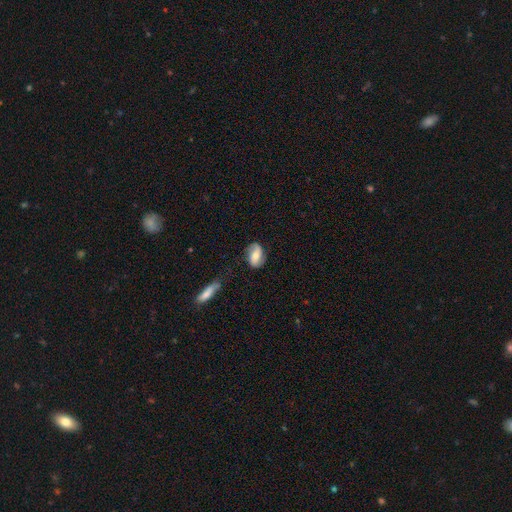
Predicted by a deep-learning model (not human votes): Smooth or featured? featured or disk (48%)
Merging? none (72%)